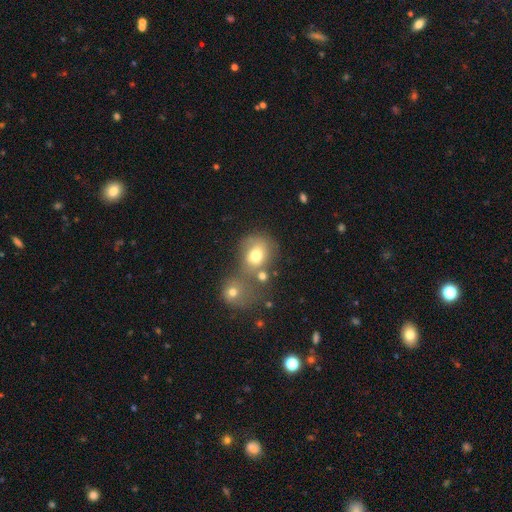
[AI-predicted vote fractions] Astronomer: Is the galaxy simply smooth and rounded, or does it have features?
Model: smooth — 71%.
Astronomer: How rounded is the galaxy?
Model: round — 60% (runner-up: in between, 39%).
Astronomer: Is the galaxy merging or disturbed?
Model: merger — 41% (runner-up: none, 35%).